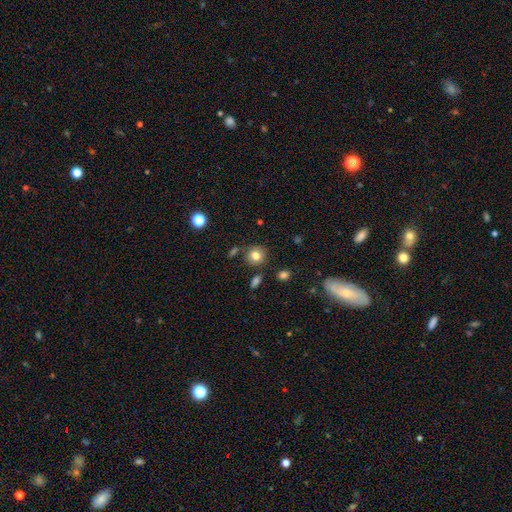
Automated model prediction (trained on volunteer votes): This is clearly a smooth galaxy (80%). How rounded: clearly round (86%). Merging: likely none (80%).